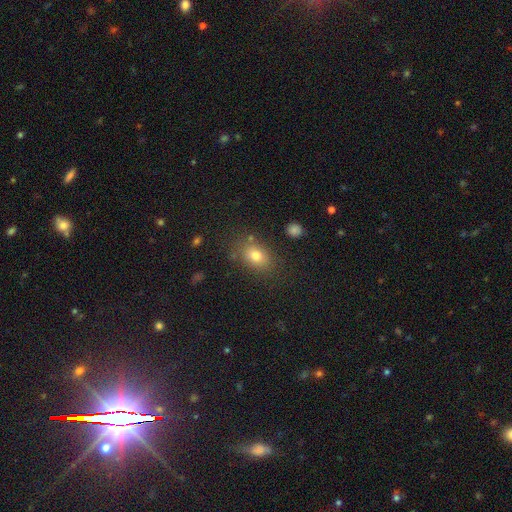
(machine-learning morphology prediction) type=smooth (76%); roundness=in between (70%); merging=none (78%).